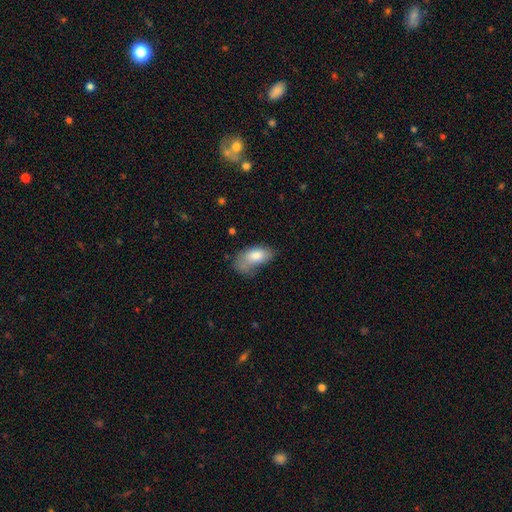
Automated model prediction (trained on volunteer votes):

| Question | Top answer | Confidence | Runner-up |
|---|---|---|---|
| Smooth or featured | smooth | 78% | featured or disk (15%) |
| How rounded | in between | 92% | round (5%) |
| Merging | none | 34% | minor disturbance (33%) |